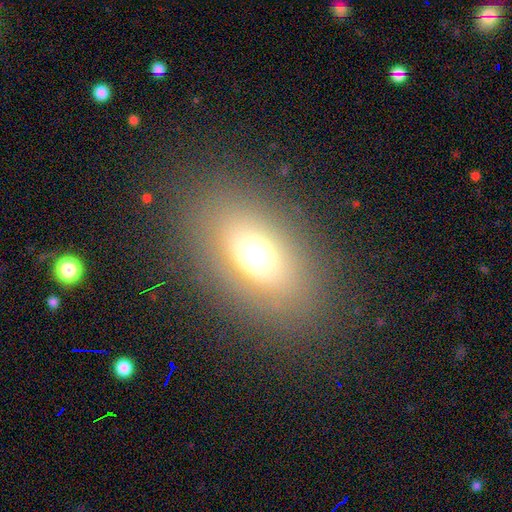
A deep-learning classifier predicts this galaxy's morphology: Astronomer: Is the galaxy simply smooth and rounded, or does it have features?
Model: smooth — 65%.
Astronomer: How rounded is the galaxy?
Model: in between — 82%.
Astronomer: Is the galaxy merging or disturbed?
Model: none — 84%.